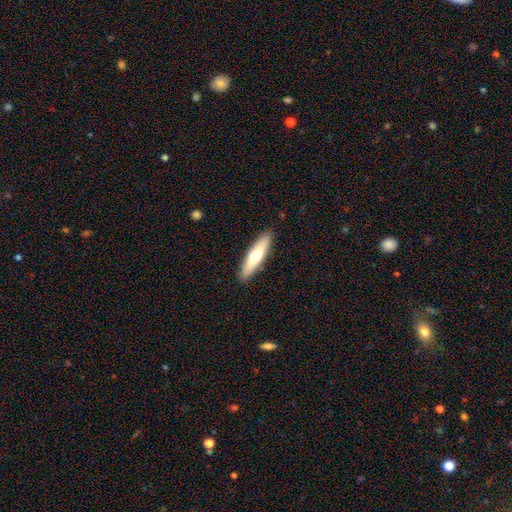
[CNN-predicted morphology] Q: Smooth or featured?
A: smooth (63%); runner-up: featured or disk (32%)
Q: How rounded?
A: cigar-shaped (78%); runner-up: in between (21%)
Q: Merging?
A: none (90%); runner-up: minor disturbance (8%)